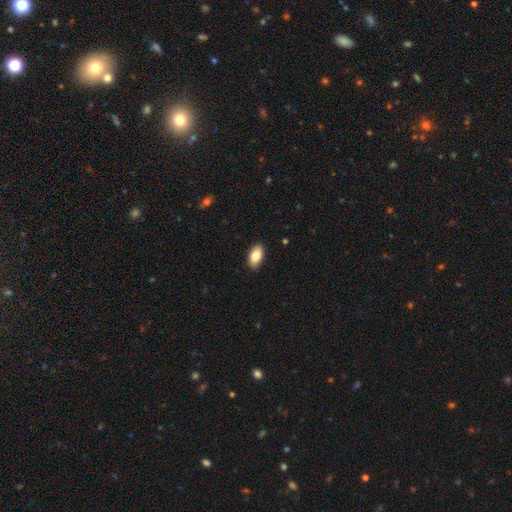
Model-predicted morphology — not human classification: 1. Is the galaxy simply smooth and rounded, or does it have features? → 84% smooth, 9% featured or disk, 7% star or artifact.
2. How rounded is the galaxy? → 93% in between, 4% round, 3% cigar-shaped.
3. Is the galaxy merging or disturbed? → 89% none, 8% minor disturbance, 2% major disturbance, 1% merger.